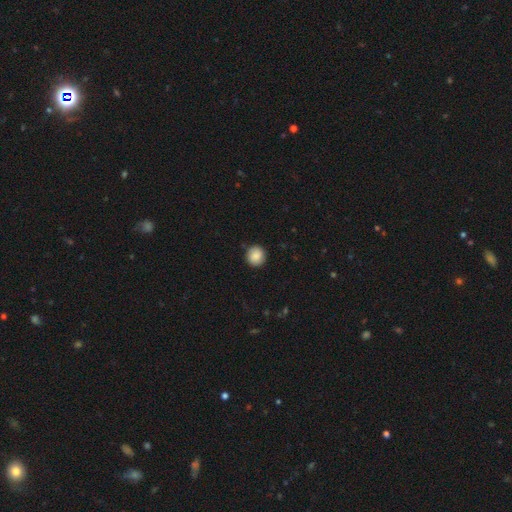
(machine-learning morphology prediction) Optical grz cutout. It shows a smooth galaxy with no disk features (88%) that is round (92%). Merging: none (89%).